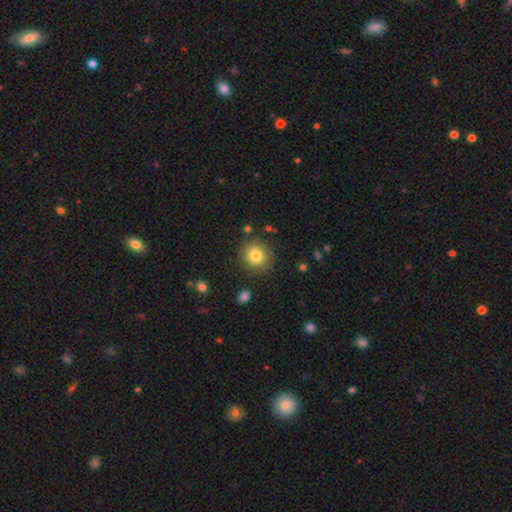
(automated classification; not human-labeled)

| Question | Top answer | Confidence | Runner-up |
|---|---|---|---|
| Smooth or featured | smooth | 81% | star or artifact (11%) |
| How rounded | round | 90% | in between (9%) |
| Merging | none | 86% | minor disturbance (8%) |